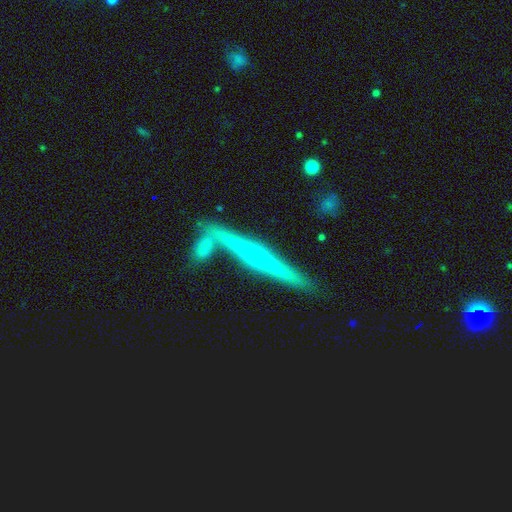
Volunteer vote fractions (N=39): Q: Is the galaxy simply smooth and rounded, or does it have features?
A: featured or disk — 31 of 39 (79%).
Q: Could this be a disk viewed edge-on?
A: yes — 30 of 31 (97%).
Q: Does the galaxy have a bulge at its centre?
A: rounded — 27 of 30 (90%).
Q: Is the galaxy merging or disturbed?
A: none — 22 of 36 (61%).